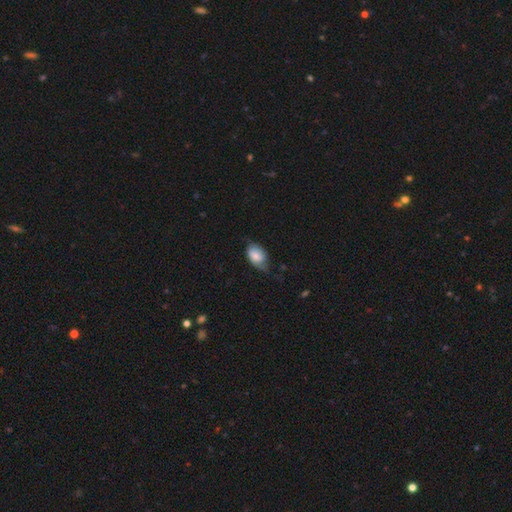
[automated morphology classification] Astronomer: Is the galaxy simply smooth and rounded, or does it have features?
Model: smooth — 64%.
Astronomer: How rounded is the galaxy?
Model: in between — 86%.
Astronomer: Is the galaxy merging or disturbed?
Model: none — 45% (runner-up: minor disturbance, 37%).